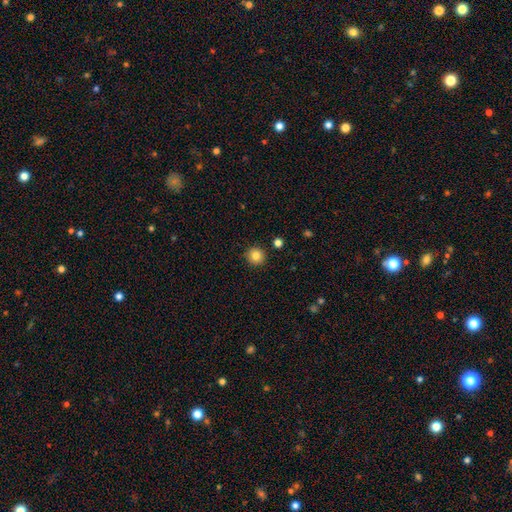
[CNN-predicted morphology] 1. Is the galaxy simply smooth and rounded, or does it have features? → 84% smooth, 11% star or artifact, 5% featured or disk.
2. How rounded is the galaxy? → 94% round, 5% in between, 1% cigar-shaped.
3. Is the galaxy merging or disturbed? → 91% none, 6% minor disturbance, 2% merger, 2% major disturbance.